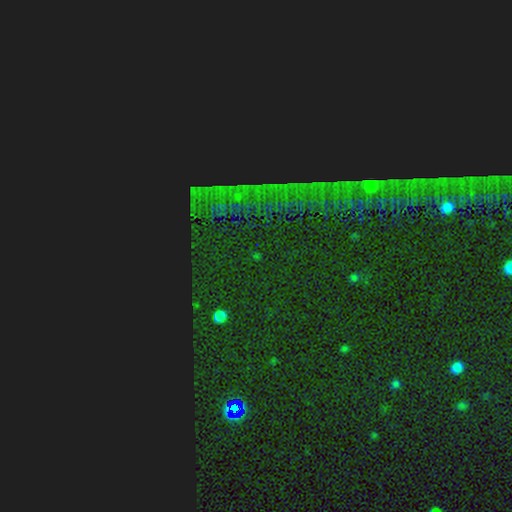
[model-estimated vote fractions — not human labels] Morphology: type=star or artifact (86%).